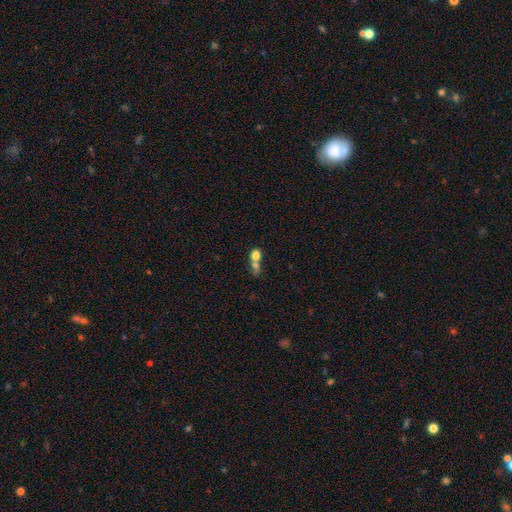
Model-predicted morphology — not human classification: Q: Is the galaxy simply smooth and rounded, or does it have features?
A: smooth — 73%.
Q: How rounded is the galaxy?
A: round — 56%.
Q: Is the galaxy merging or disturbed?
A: merger — 66%.